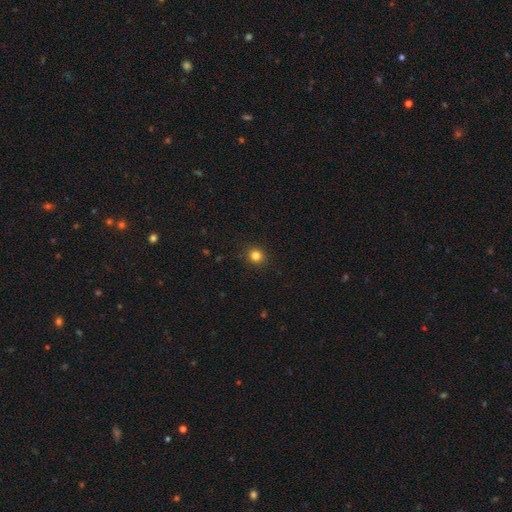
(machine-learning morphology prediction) Smooth or featured? smooth (83%)
How rounded? round (88%)
Merging? none (91%)